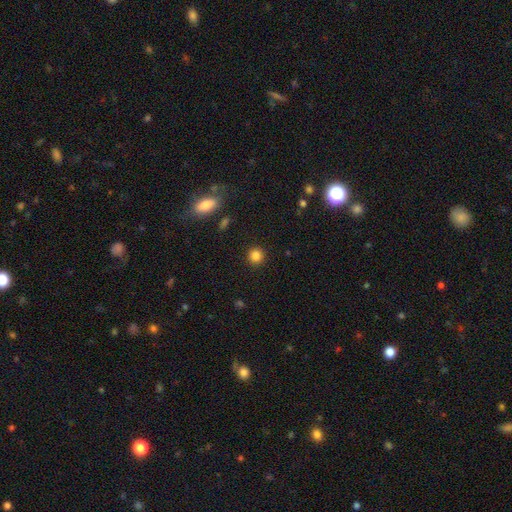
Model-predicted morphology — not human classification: Smooth or featured? smooth (85%)
How rounded? round (93%)
Merging? none (91%)